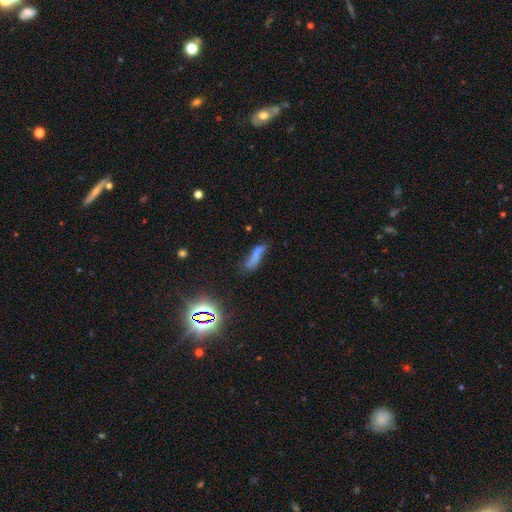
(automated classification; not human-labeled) A smooth galaxy with no disk features (60%) that is cigar-shaped (51%).

Vote fractions:
- Smooth or featured? smooth: 60% / featured or disk: 21% / star or artifact: 19%
- How rounded? cigar-shaped: 51% / in between: 44% / round: 5%
- Merging? none: 40% / merger: 25% / minor disturbance: 21% / major disturbance: 13%